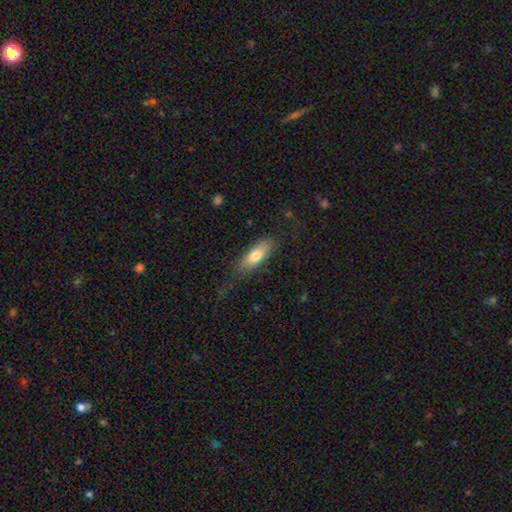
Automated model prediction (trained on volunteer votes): The model was most divided on "how rounded": in between: 68%, cigar-shaped: 29%, round: 3%. More confident: smooth or featured — smooth (72%); merging — none (72%).